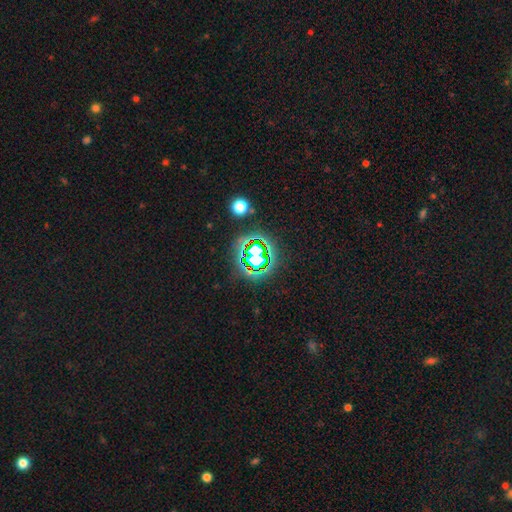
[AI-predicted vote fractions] Smooth or featured?
  - star or artifact: 71% *
  - smooth: 17%
  - featured or disk: 12%